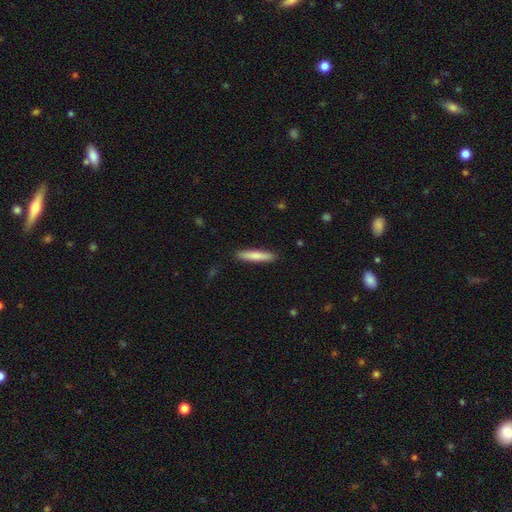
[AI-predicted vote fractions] A smooth galaxy with no disk features (80%) that is cigar-shaped (88%).

Vote fractions:
- Smooth or featured? smooth: 80% / featured or disk: 14% / star or artifact: 5%
- How rounded? cigar-shaped: 88% / in between: 11% / round: 1%
- Merging? none: 91% / minor disturbance: 7% / major disturbance: 2% / merger: 1%